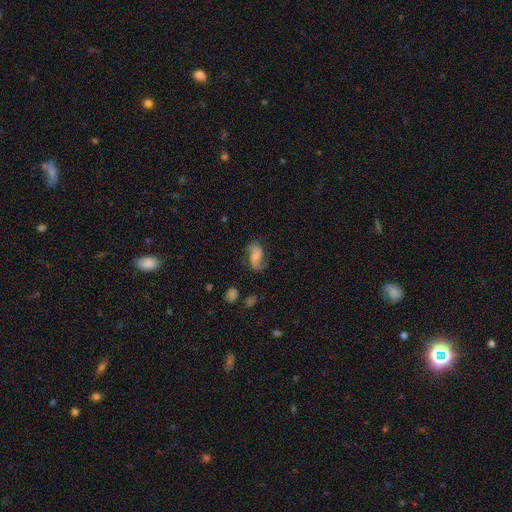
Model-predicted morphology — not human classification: Smooth or featured? featured or disk (70%)
Edge-on disk? no (97%)
Bar? no (49%)
Spiral arms? yes (94%)
Spiral winding? loose (54%)
Spiral arm count? 2 (88%)
Bulge size? none (34%)
Merging? none (66%)